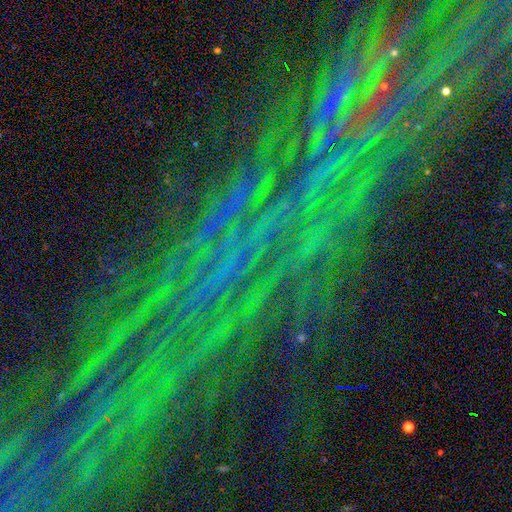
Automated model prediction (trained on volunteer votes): A star or artifact, not a galaxy (83%).